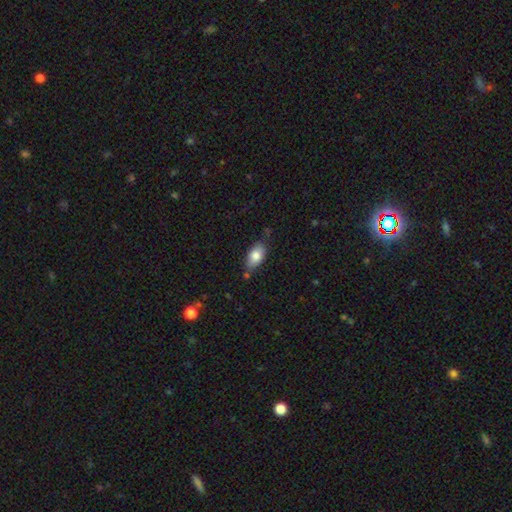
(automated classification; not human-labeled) smooth_or_featured: smooth (p=0.80) [alt: featured or disk p=0.13]
how_rounded: in between (p=0.91) [alt: cigar-shaped p=0.05]
merging: none (p=0.72) [alt: minor disturbance p=0.20]